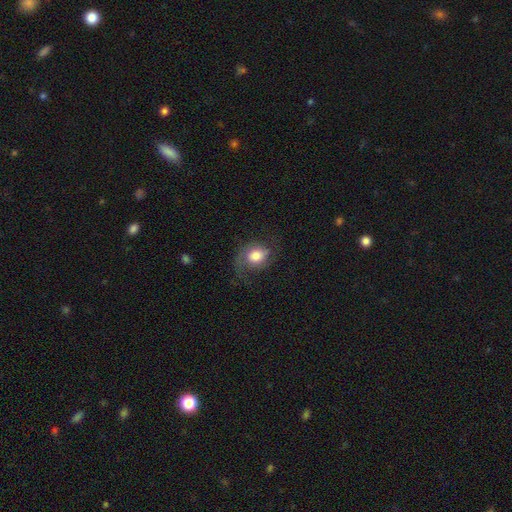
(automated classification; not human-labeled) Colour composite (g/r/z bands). It shows a smooth galaxy with no disk features (50%). Merging: none (53%).